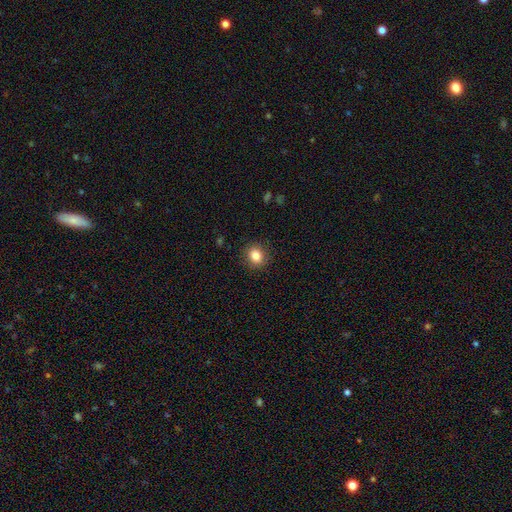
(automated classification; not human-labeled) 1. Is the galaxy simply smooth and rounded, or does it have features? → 85% smooth, 10% star or artifact, 6% featured or disk.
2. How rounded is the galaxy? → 67% round, 32% in between, 1% cigar-shaped.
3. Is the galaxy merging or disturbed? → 88% none, 8% minor disturbance, 2% major disturbance, 1% merger.